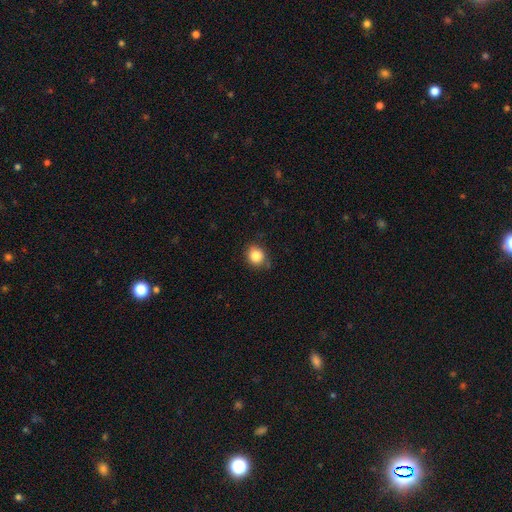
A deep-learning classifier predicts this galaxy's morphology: This appears to be a smooth galaxy with no disk features (84%) that is round (80%). Merging: none (76%).